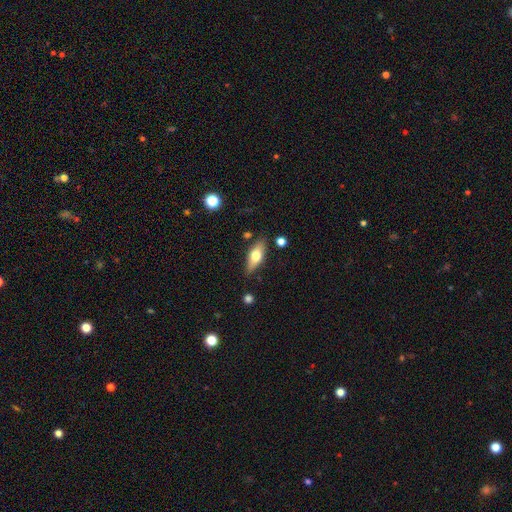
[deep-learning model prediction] The model was most divided on "smooth or featured": smooth: 57%, featured or disk: 36%, star or artifact: 7%. More confident: merging — none (82%); how rounded — in between (70%).